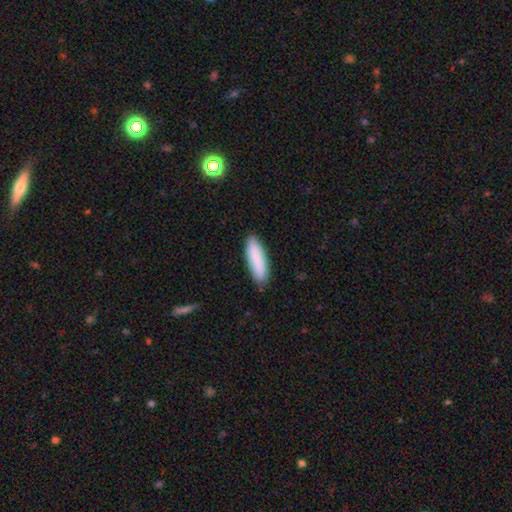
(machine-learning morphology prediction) The model was most divided on "how rounded": cigar-shaped: 56%, in between: 43%, round: 1%. More confident: merging — none (86%); smooth or featured — smooth (84%).